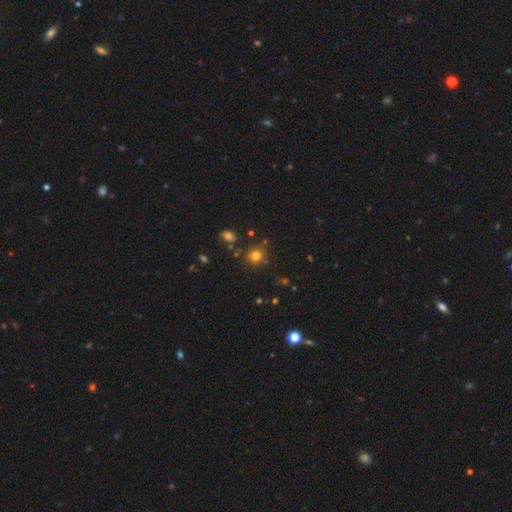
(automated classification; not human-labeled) Smooth or featured? smooth (75%)
How rounded? round (88%)
Merging? none (81%)